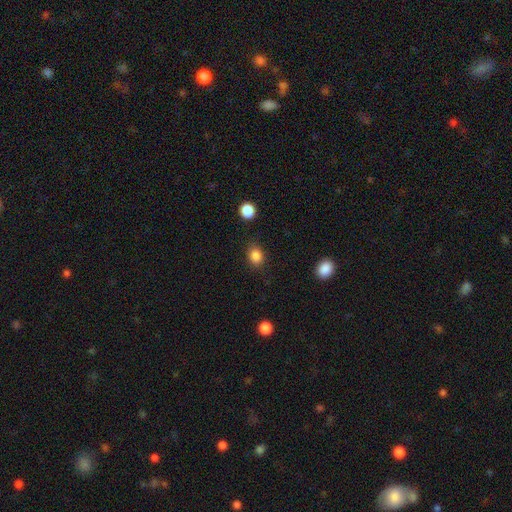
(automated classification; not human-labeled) Overall: smooth (86%). How rounded: round (51%; in between 48%). Merging: none (83%).